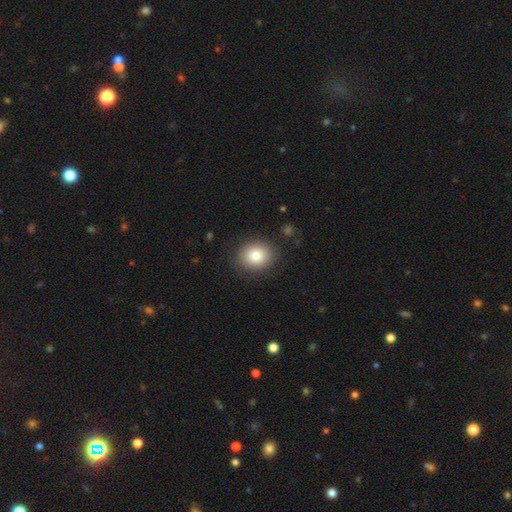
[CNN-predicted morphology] Smooth or featured? Predicted: smooth (p=0.84). How rounded? Predicted: round (p=0.64). Merging? Predicted: none (p=0.87).